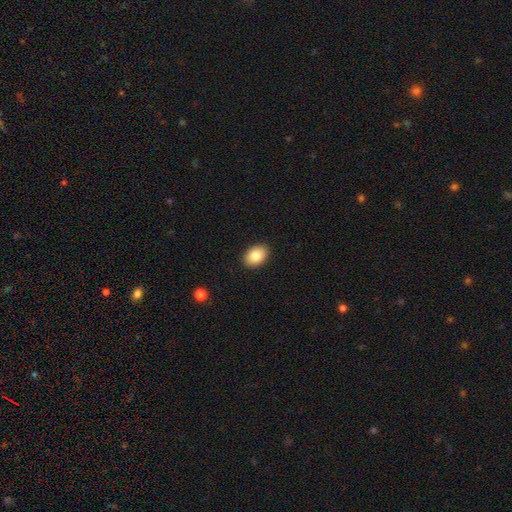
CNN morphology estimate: Smooth or featured?
  - smooth: 84% *
  - featured or disk: 9%
  - star or artifact: 7%
How rounded?
  - in between: 84% *
  - round: 15%
  - cigar-shaped: 1%
Merging?
  - none: 90% *
  - minor disturbance: 7%
  - major disturbance: 2%
  - merger: 1%